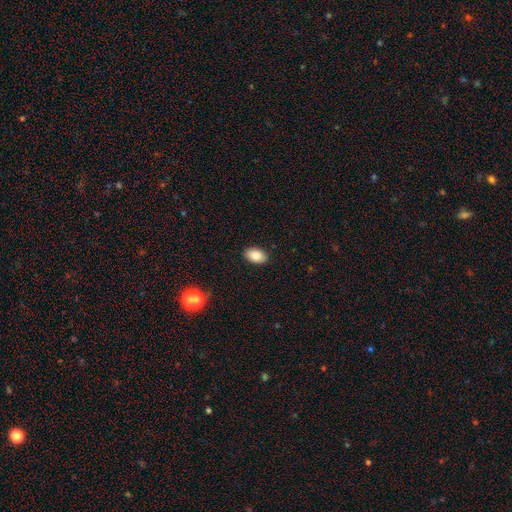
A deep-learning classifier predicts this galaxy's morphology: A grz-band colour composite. It shows a smooth galaxy with no disk features (87%) that is in between round and cigar-shaped (91%). Merging: none (88%).